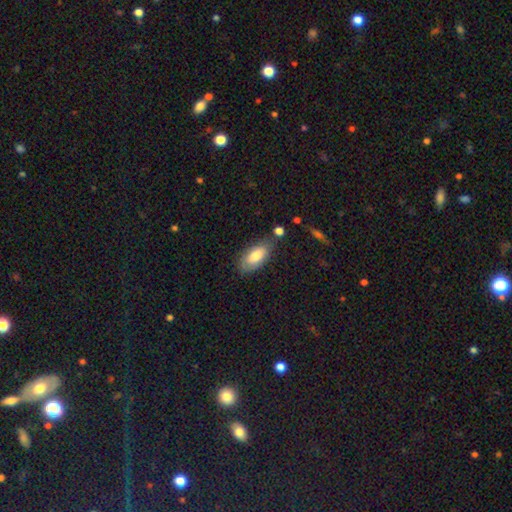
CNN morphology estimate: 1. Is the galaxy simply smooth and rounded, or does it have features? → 77% smooth, 16% featured or disk, 6% star or artifact.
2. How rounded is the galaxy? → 90% in between, 8% cigar-shaped, 2% round.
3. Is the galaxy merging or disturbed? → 69% none, 20% minor disturbance, 6% merger, 5% major disturbance.